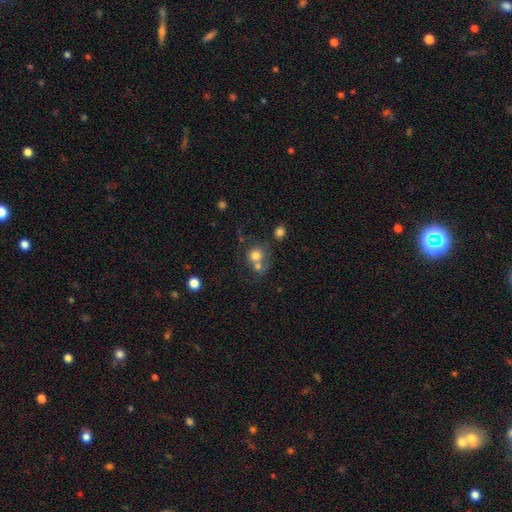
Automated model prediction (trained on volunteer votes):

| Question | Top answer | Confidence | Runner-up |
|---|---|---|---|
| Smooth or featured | smooth | 75% | featured or disk (14%) |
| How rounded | round | 82% | in between (17%) |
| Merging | merger | 46% | none (39%) |